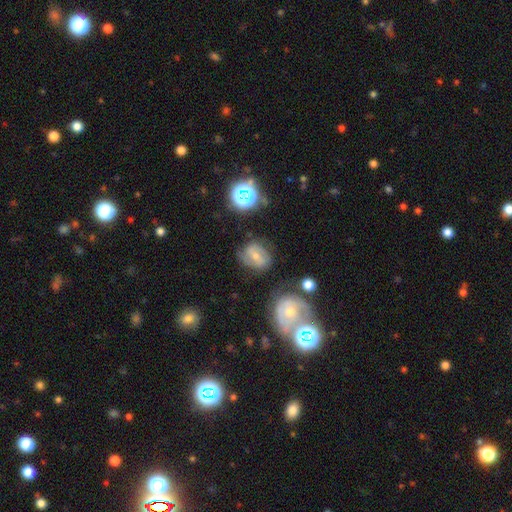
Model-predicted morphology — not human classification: Q: Smooth or featured?
A: featured or disk (58%); runner-up: smooth (30%)
Q: Edge-on disk?
A: no (96%); runner-up: yes (4%)
Q: Bar?
A: weak (44%); runner-up: strong (34%)
Q: Spiral arms?
A: yes (78%); runner-up: no (22%)
Q: Bulge size?
A: moderate (46%); tied with: small (46%)
Q: Merging?
A: none (65%); runner-up: minor disturbance (21%)